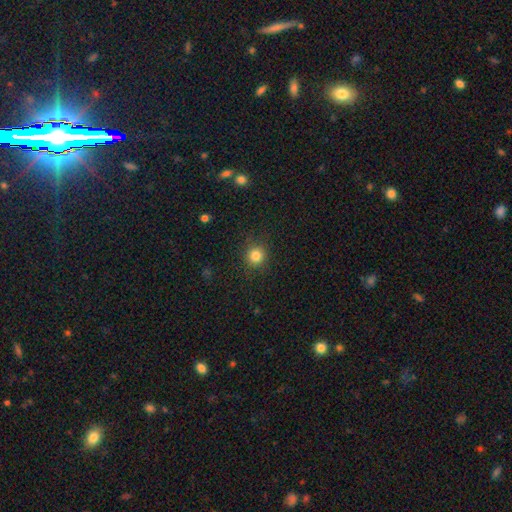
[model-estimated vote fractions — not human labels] Smooth or featured? Predicted: smooth (p=0.83). How rounded? Predicted: round (p=0.91). Merging? Predicted: none (p=0.89).